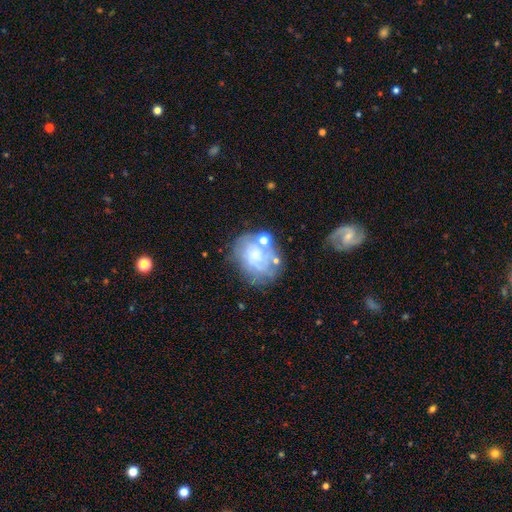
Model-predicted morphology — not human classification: Q: Smooth or featured?
A: featured or disk (54%); runner-up: smooth (34%)
Q: Edge-on disk?
A: no (97%); runner-up: yes (3%)
Q: Bar?
A: no (83%); runner-up: weak (14%)
Q: Spiral arms?
A: yes (53%); runner-up: no (47%)
Q: Bulge size?
A: small (58%); runner-up: moderate (21%)
Q: Merging?
A: none (48%); runner-up: minor disturbance (21%)